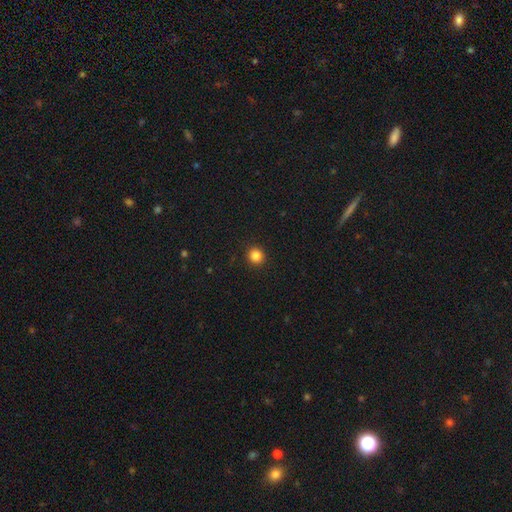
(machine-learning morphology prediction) This is clearly a smooth galaxy (85%). How rounded: clearly round (93%). Merging: clearly none (93%).